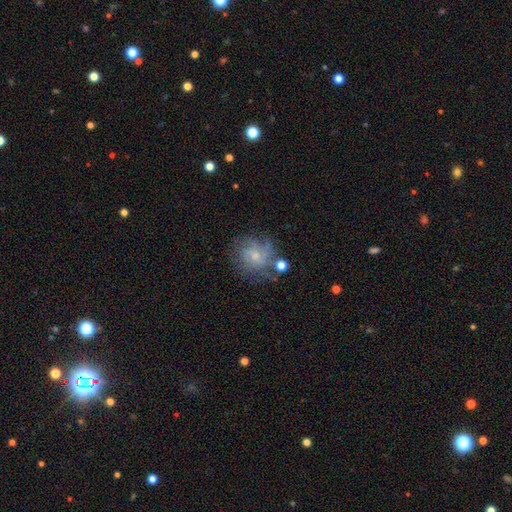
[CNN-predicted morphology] smooth_or_featured: featured or disk (p=0.58) [alt: smooth p=0.31]
disk_edge_on: no (p=0.98) [alt: yes p=0.02]
bar: no (p=0.70) [alt: weak p=0.26]
has_spiral_arms: yes (p=0.81) [alt: no p=0.19]
bulge_size: small (p=0.66) [alt: moderate p=0.22]
merging: none (p=0.60) [alt: minor disturbance p=0.20]